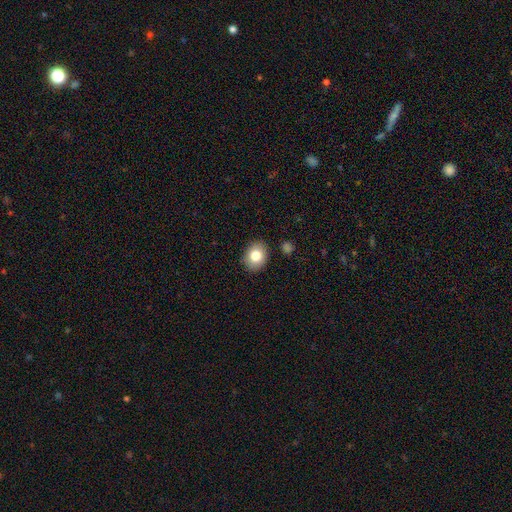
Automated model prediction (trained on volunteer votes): smooth-or-featured: smooth: 81% | featured or disk: 11% | star or artifact: 9%
  how-rounded: in between: 56% | round: 43% | cigar-shaped: 1%
  merging: none: 87% | minor disturbance: 9% | major disturbance: 2% | merger: 1%